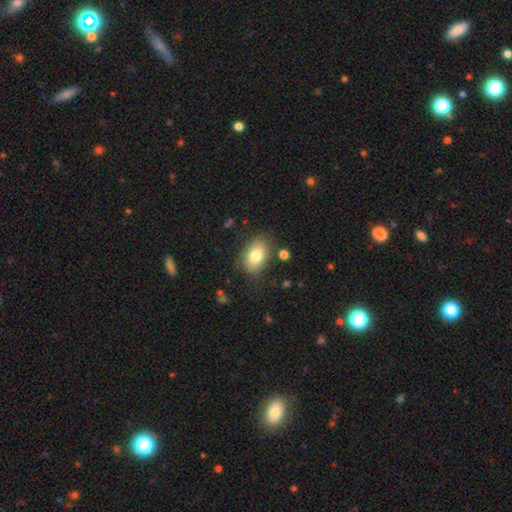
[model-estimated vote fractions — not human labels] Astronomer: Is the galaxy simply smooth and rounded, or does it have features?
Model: smooth — 79%.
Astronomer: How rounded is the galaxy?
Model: in between — 83%.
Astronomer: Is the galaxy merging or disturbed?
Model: none — 79%.